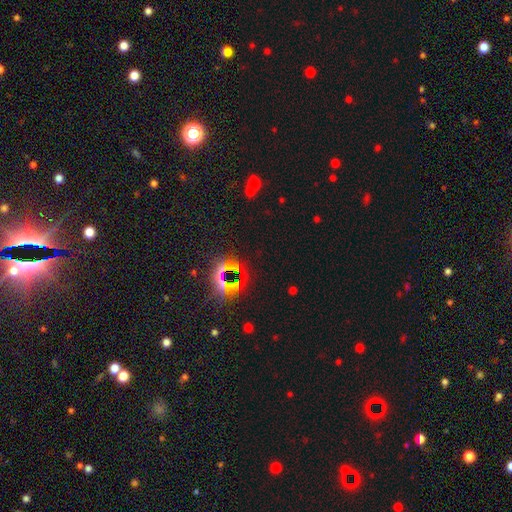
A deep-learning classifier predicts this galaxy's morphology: Overall: star or artifact (73%).